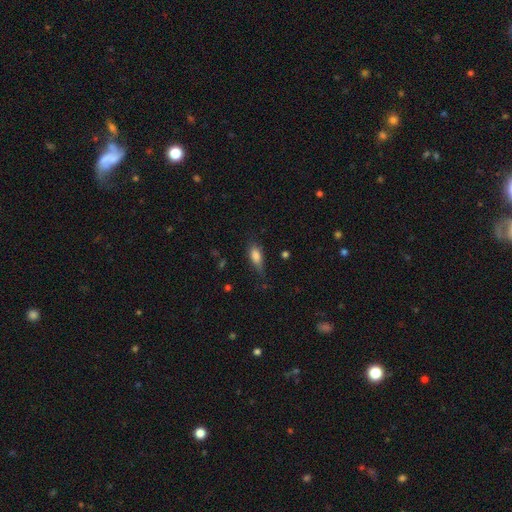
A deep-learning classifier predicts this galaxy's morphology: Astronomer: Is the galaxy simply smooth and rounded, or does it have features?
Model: smooth — 81%.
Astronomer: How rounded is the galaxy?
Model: in between — 78%.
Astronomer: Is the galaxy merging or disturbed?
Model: none — 57%.